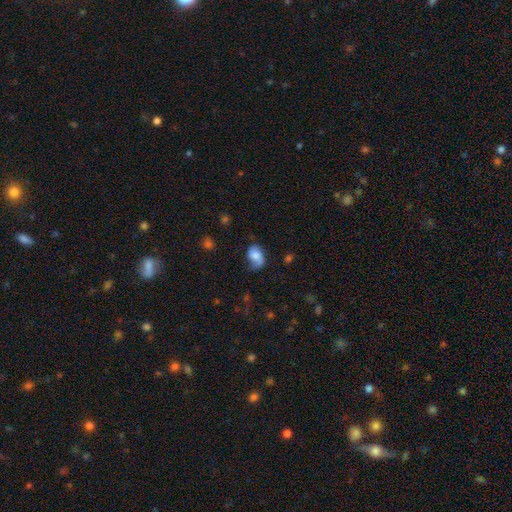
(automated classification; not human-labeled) Smooth or featured? smooth (61%)
How rounded? in between (78%)
Merging? none (45%)